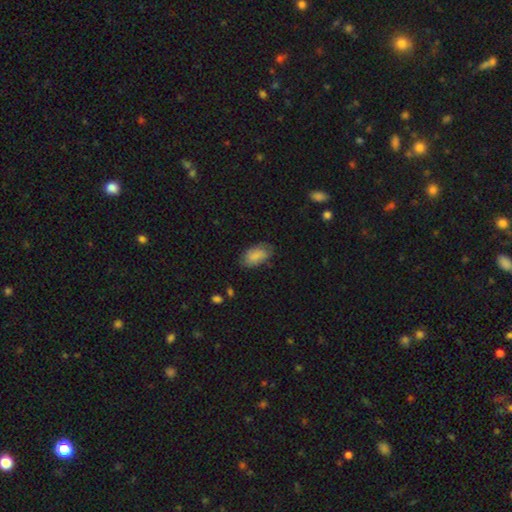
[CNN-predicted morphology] smooth_or_featured: smooth (p=0.79) [alt: featured or disk p=0.14]
how_rounded: in between (p=0.94) [alt: round p=0.04]
merging: none (p=0.76) [alt: minor disturbance p=0.19]